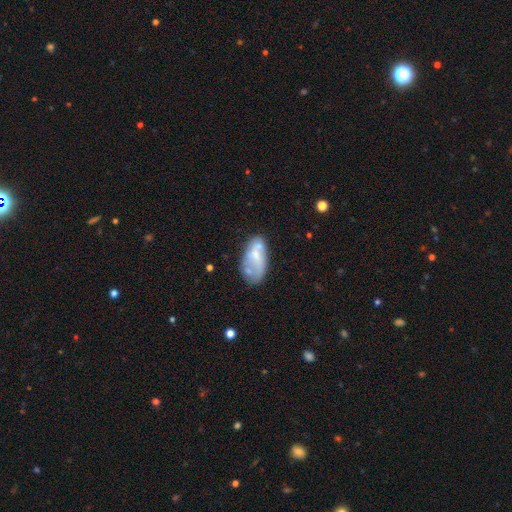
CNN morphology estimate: Overall: smooth (51%; featured or disk 41%). How rounded: in between (91%). Merging: none (42%; minor disturbance 26%).